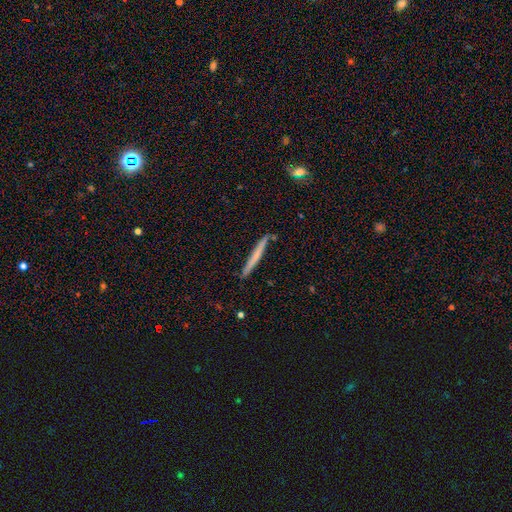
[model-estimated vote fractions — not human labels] smooth 57%, featured or disk 37%, star or artifact 6%. Down the decision tree: how rounded — cigar-shaped (97%); merging — none (88%).